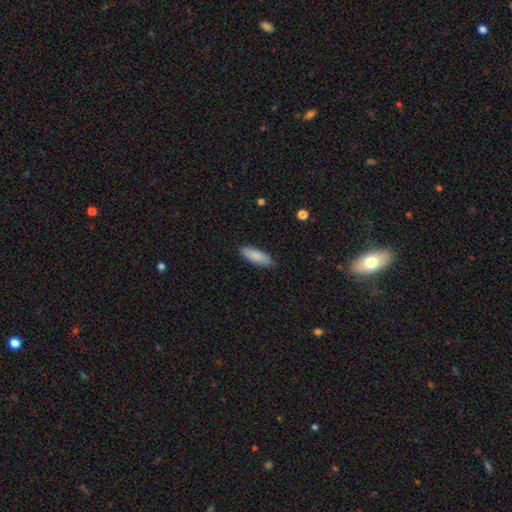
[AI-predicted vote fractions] smooth-or-featured: smooth: 84% | featured or disk: 11% | star or artifact: 6%
  how-rounded: in between: 59% | cigar-shaped: 39% | round: 2%
  merging: none: 85% | minor disturbance: 12% | major disturbance: 2% | merger: 1%